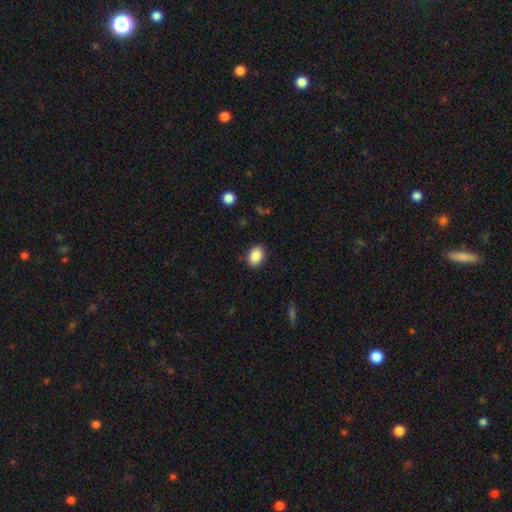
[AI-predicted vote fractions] Q: Smooth or featured?
A: smooth (88%); runner-up: star or artifact (8%)
Q: How rounded?
A: in between (77%); runner-up: round (22%)
Q: Merging?
A: none (88%); runner-up: minor disturbance (9%)